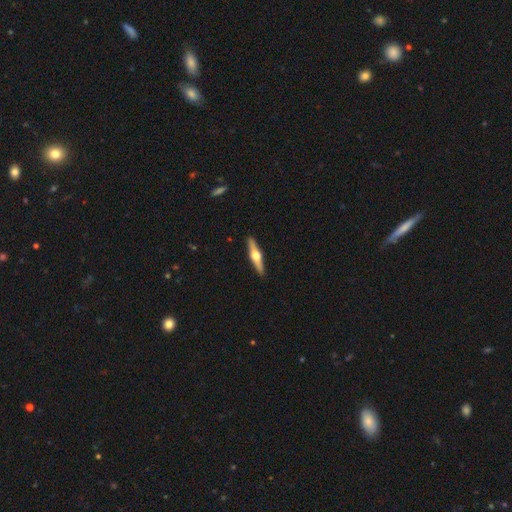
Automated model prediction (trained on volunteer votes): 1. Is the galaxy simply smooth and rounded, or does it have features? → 70% featured or disk, 25% smooth, 5% star or artifact.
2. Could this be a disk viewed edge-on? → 97% yes, 3% no.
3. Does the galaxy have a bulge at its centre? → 96% rounded, 3% boxy, 2% none.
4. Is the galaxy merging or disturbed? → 92% none, 6% minor disturbance, 1% major disturbance, 1% merger.